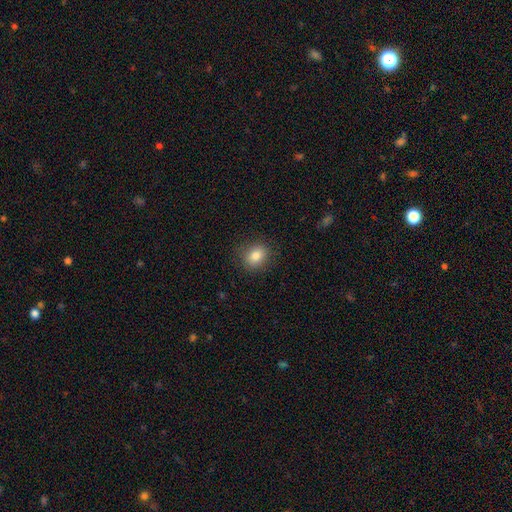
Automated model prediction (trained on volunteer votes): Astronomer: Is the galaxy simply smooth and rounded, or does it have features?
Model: smooth — 83%.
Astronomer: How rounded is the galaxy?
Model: round — 57% (runner-up: in between, 42%).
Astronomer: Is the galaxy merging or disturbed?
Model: none — 87%.